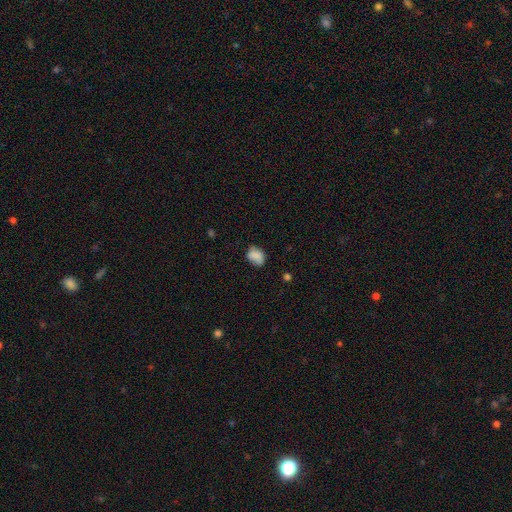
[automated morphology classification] A smooth galaxy with no disk features (82%) that is in between round and cigar-shaped (66%).

Vote fractions:
- Smooth or featured? smooth: 82% / star or artifact: 10% / featured or disk: 9%
- How rounded? in between: 66% / round: 33% / cigar-shaped: 1%
- Merging? none: 60% / minor disturbance: 30% / major disturbance: 8% / merger: 3%